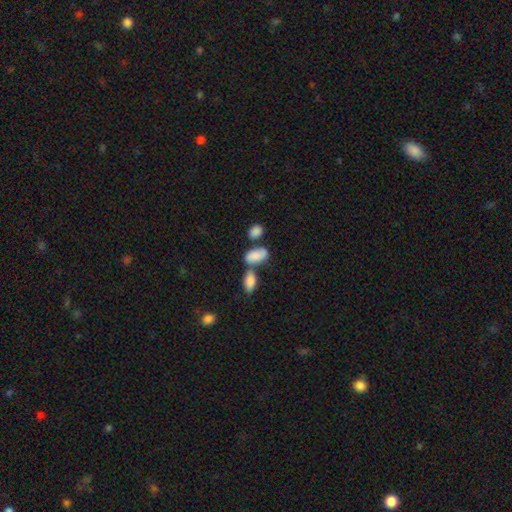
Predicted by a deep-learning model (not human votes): Morphology: type=smooth (83%); roundness=in between (92%); merging=none (43%).